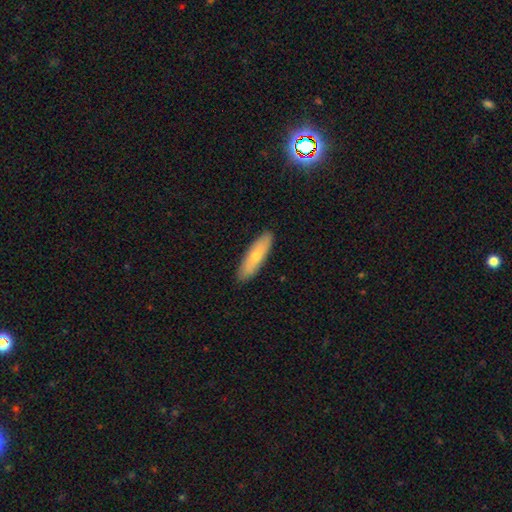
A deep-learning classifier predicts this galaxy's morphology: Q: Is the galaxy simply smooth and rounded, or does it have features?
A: smooth — 68%.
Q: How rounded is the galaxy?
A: cigar-shaped — 60%.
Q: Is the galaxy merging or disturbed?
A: none — 88%.